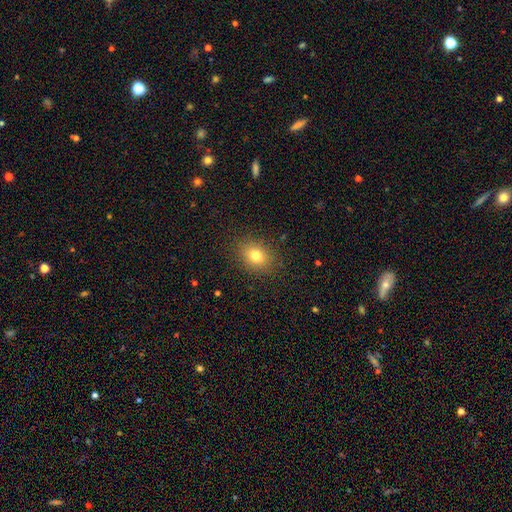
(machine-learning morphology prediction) type=smooth (78%); roundness=in between (55%); merging=none (87%).